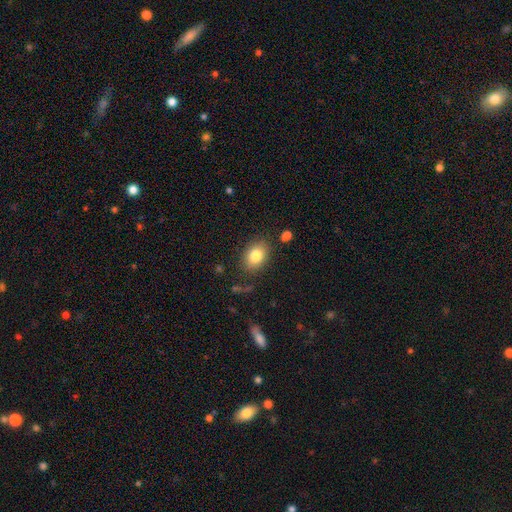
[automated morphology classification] The model was most divided on "how rounded": in between: 71%, round: 28%, cigar-shaped: 1%. More confident: merging — none (83%); smooth or featured — smooth (82%).